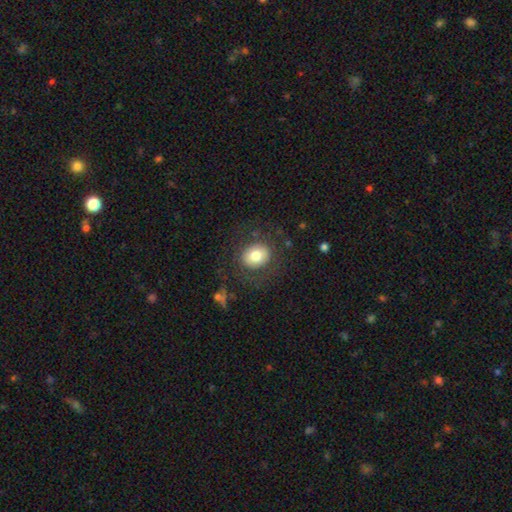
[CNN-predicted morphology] Smooth or featured: smooth — 75% (featured or disk — 16%)
How rounded: round — 70% (in between — 30%)
Merging: none — 78% (minor disturbance — 12%)